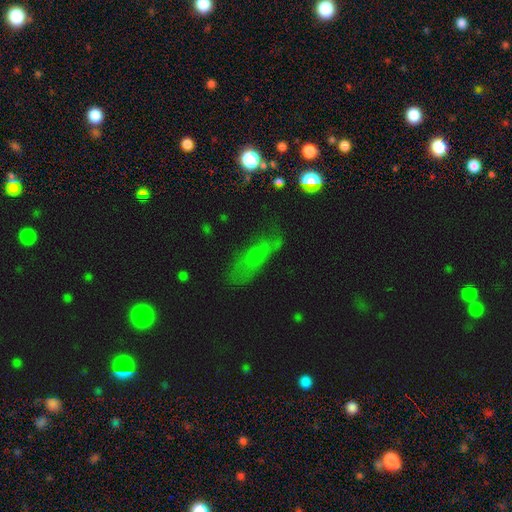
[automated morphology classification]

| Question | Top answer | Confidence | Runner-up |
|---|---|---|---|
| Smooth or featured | smooth | 54% | featured or disk (27%) |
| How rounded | in between | 48% | cigar-shaped (47%) |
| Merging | none | 61% | minor disturbance (23%) |